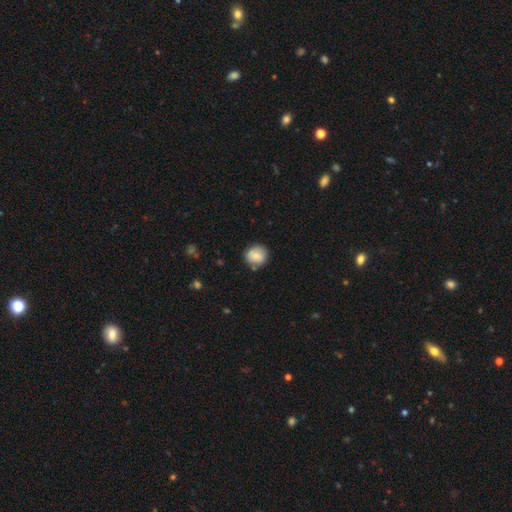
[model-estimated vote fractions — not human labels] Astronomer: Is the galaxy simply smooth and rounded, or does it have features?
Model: smooth — 73%.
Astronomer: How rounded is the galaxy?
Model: round — 87%.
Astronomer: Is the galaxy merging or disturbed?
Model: none — 79%.